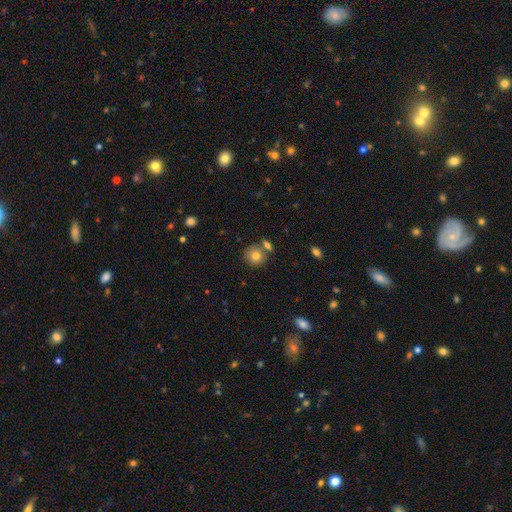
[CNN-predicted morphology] smooth_or_featured: smooth (p=0.79) [alt: featured or disk p=0.11]
how_rounded: round (p=0.87) [alt: in between p=0.11]
merging: none (p=0.68) [alt: merger p=0.18]